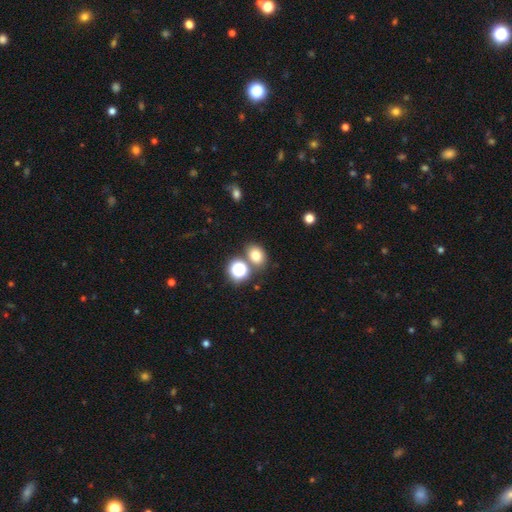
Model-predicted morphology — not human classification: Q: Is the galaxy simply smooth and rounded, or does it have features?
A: smooth — 75%.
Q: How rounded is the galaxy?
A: in between — 52%.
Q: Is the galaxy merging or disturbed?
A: none — 71%.